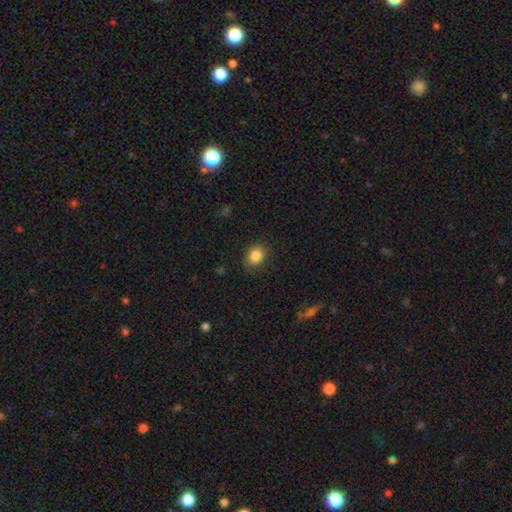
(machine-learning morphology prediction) smooth-or-featured: smooth: 86% | star or artifact: 10% | featured or disk: 5%
  how-rounded: round: 52% | in between: 47% | cigar-shaped: 1%
  merging: none: 84% | minor disturbance: 12% | major disturbance: 3% | merger: 1%